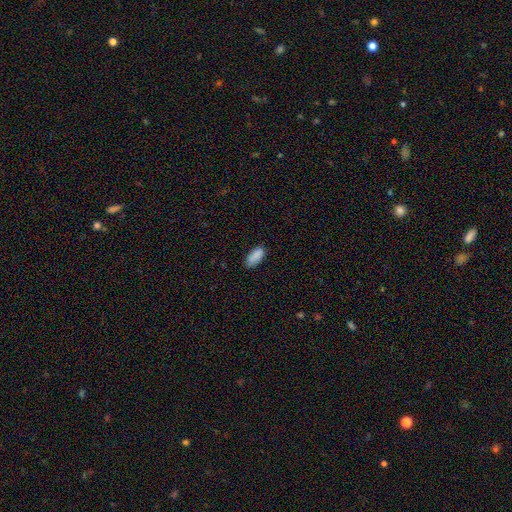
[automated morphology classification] This is clearly a smooth galaxy (88%). How rounded: clearly in between (87%). Merging: clearly none (80%).